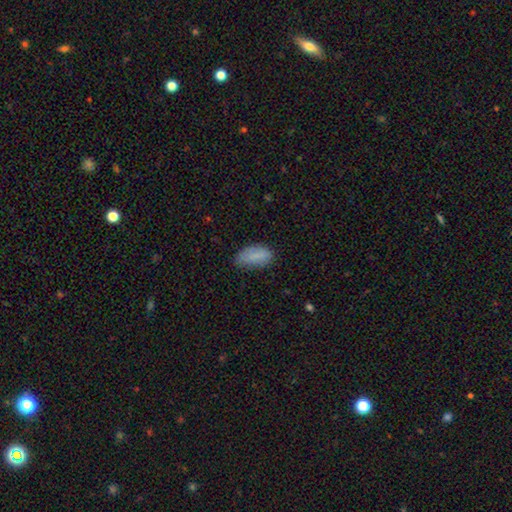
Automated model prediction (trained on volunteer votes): smooth-or-featured: smooth: 84% | featured or disk: 9% | star or artifact: 8%
  how-rounded: in between: 89% | cigar-shaped: 8% | round: 3%
  merging: none: 64% | minor disturbance: 28% | major disturbance: 6% | merger: 2%